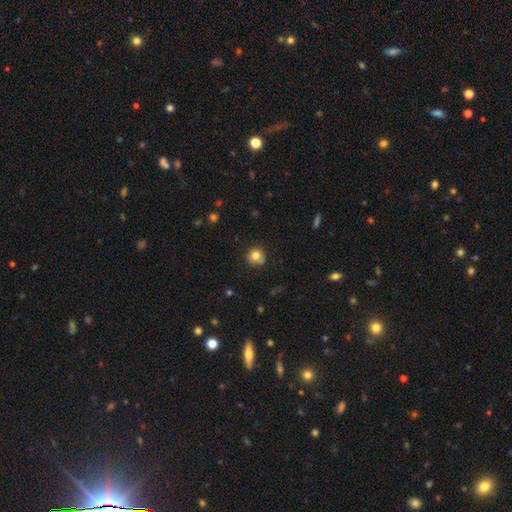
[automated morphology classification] Smooth or featured?
  - smooth: 79% *
  - star or artifact: 12%
  - featured or disk: 9%
How rounded?
  - round: 92% *
  - in between: 7%
  - cigar-shaped: 1%
Merging?
  - none: 78% *
  - minor disturbance: 13%
  - merger: 6%
  - major disturbance: 3%